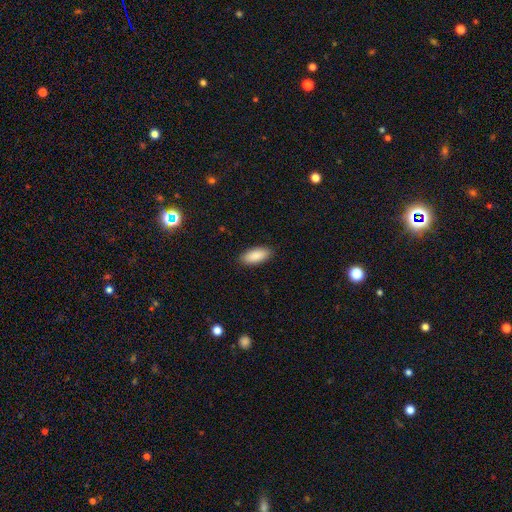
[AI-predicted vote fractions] A smooth galaxy with no disk features (90%) that is in between round and cigar-shaped (88%).

Vote fractions:
- Smooth or featured? smooth: 90% / star or artifact: 6% / featured or disk: 5%
- How rounded? in between: 88% / cigar-shaped: 10% / round: 2%
- Merging? none: 89% / minor disturbance: 8% / major disturbance: 2% / merger: 1%